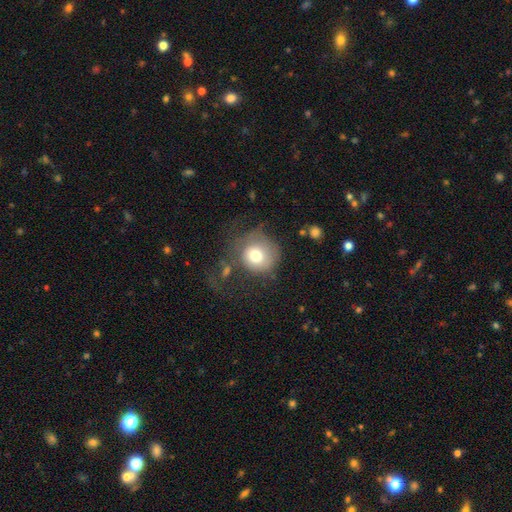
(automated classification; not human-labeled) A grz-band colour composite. It shows a smooth galaxy with no disk features (72%) that is round (89%). Merging: none (45%).